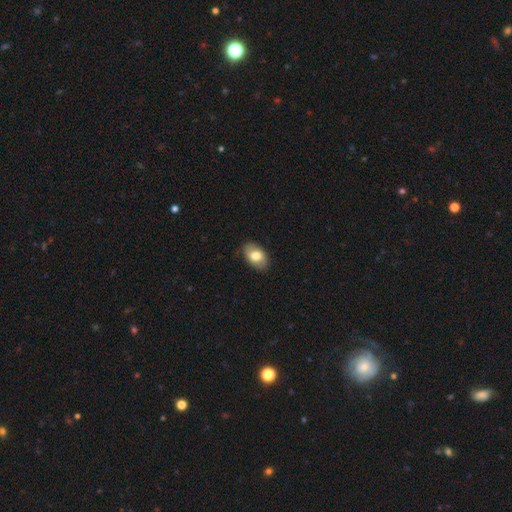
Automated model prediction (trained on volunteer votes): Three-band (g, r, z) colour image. It shows a smooth galaxy with no disk features (76%) that is in between round and cigar-shaped (90%). Merging: none (85%).